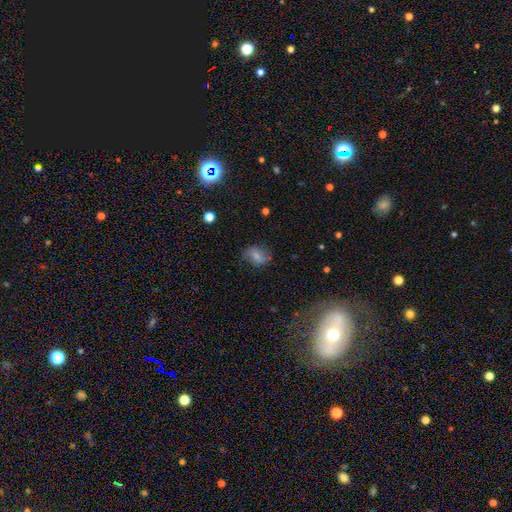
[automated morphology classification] A featured or disk galaxy (40%).

Vote fractions:
- Smooth or featured? featured or disk: 40% / smooth: 38% / star or artifact: 22%
- Merging? none: 72% / minor disturbance: 17% / major disturbance: 9% / merger: 2%